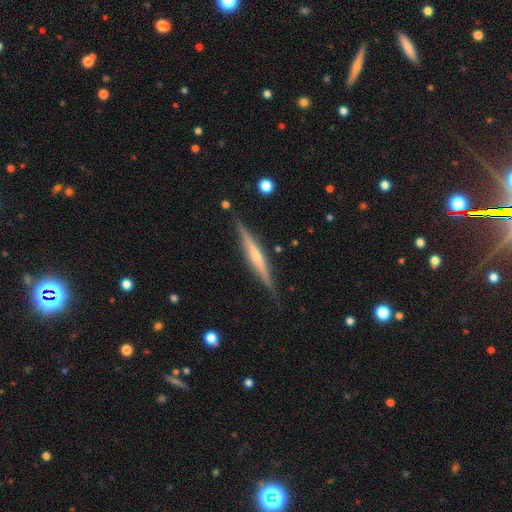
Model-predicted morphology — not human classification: smooth-or-featured: featured or disk: 73% | smooth: 21% | star or artifact: 6%
  disk-edge-on: yes: 97% | no: 3%
    edge-on-bulge: rounded: 58% | none: 31% | boxy: 12%
  merging: none: 86% | minor disturbance: 11% | major disturbance: 2% | merger: 2%